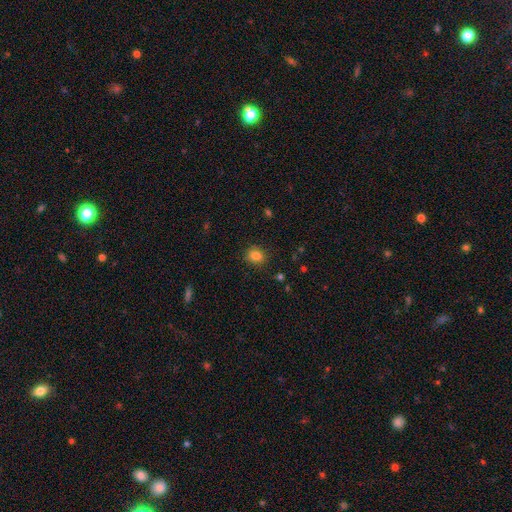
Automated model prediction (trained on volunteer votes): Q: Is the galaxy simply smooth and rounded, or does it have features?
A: smooth — 83%.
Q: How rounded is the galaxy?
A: round — 63%.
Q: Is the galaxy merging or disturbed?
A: none — 86%.